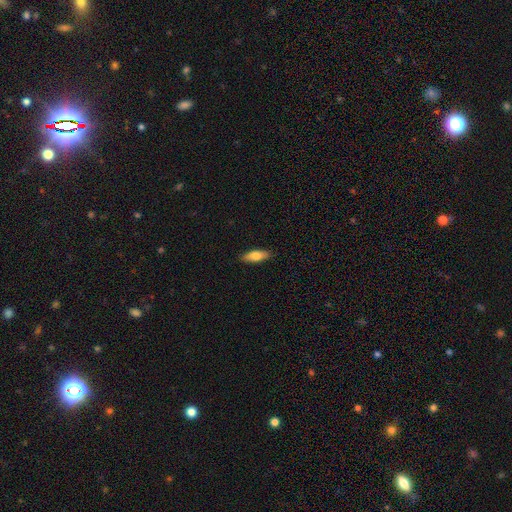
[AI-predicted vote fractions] Smooth or featured: smooth — 75% (featured or disk — 19%)
How rounded: in between — 64% (cigar-shaped — 33%)
Merging: none — 89% (minor disturbance — 9%)